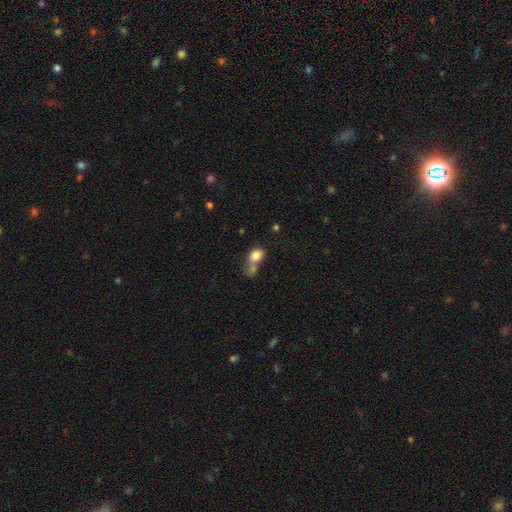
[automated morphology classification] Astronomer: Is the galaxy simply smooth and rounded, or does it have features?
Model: smooth — 81%.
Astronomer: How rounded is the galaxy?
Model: in between — 60% (runner-up: round, 38%).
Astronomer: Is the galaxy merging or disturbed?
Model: merger — 52% (runner-up: none, 30%).